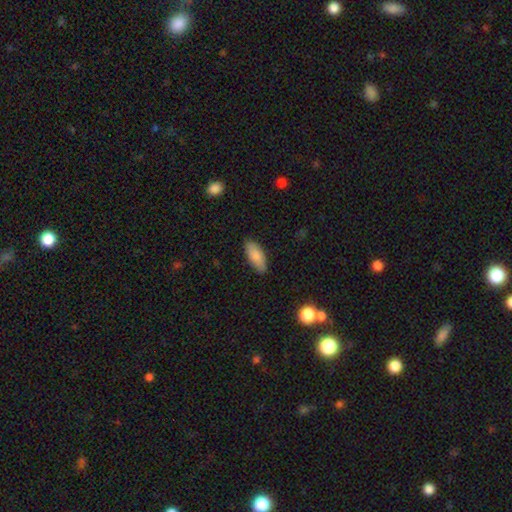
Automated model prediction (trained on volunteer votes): This appears to be a smooth galaxy with no disk features (85%) that is in between round and cigar-shaped (82%). Merging: none (83%).